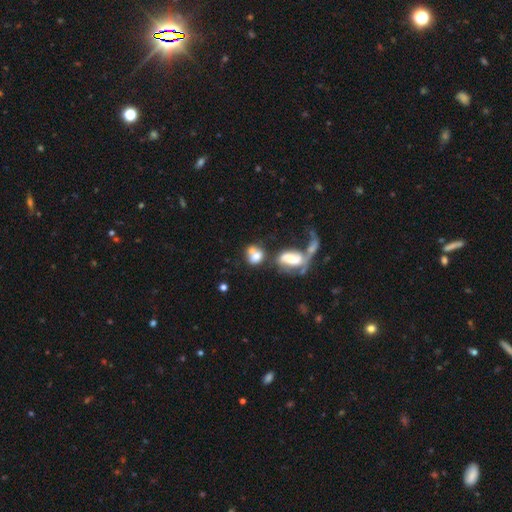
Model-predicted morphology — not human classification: smooth_or_featured: smooth (p=0.63) [alt: featured or disk p=0.26]
how_rounded: in between (p=0.59) [alt: round p=0.39]
merging: merger (p=0.62) [alt: none p=0.18]